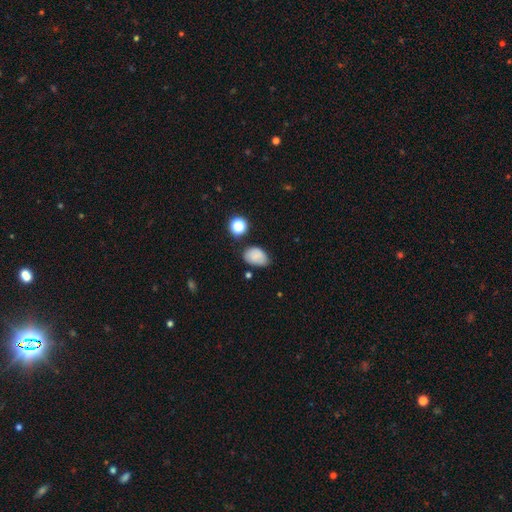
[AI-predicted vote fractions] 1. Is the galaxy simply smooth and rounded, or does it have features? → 80% smooth, 11% star or artifact, 9% featured or disk.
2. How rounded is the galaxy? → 82% in between, 17% round, 1% cigar-shaped.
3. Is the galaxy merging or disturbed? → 64% none, 26% minor disturbance, 5% major disturbance, 4% merger.